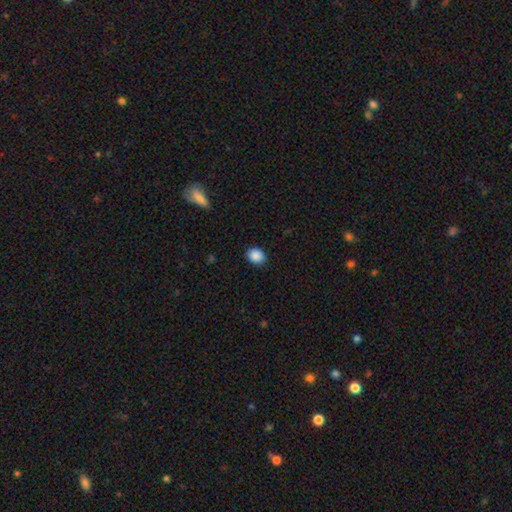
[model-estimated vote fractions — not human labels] Q: Smooth or featured?
A: smooth (89%); runner-up: star or artifact (8%)
Q: How rounded?
A: in between (53%); runner-up: round (46%)
Q: Merging?
A: none (89%); runner-up: minor disturbance (8%)